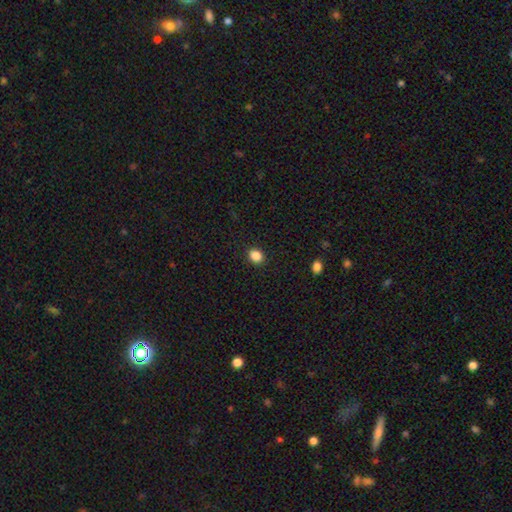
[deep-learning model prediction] Smooth or featured: smooth — 86% (star or artifact — 10%)
How rounded: round — 61% (in between — 38%)
Merging: none — 91% (minor disturbance — 6%)